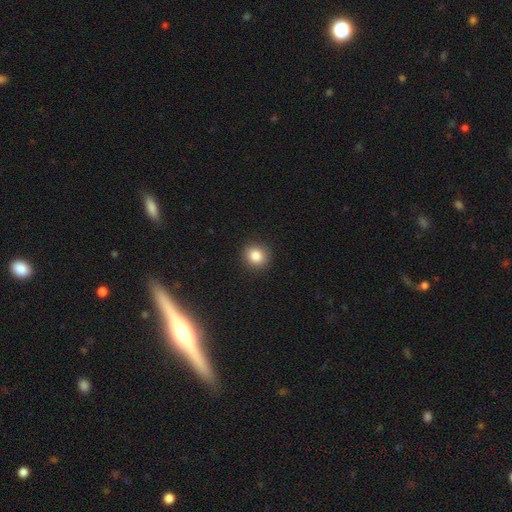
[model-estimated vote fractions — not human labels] Smooth or featured? Predicted: smooth (p=0.84). How rounded? Predicted: round (p=0.88). Merging? Predicted: none (p=0.91).